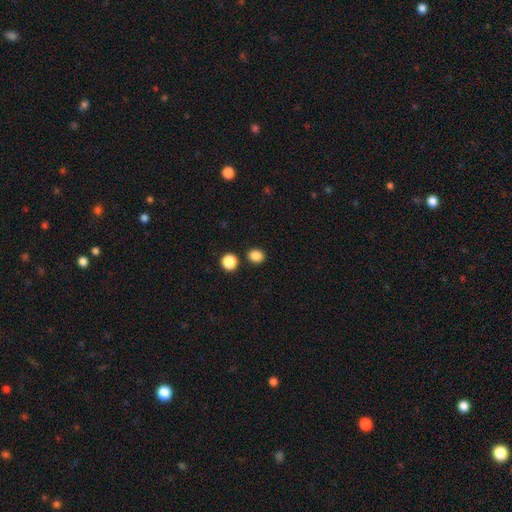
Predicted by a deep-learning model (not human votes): Smooth or featured?
  - smooth: 85% *
  - star or artifact: 11%
  - featured or disk: 3%
How rounded?
  - round: 73% *
  - in between: 26%
  - cigar-shaped: 1%
Merging?
  - none: 85% *
  - minor disturbance: 7%
  - merger: 6%
  - major disturbance: 2%